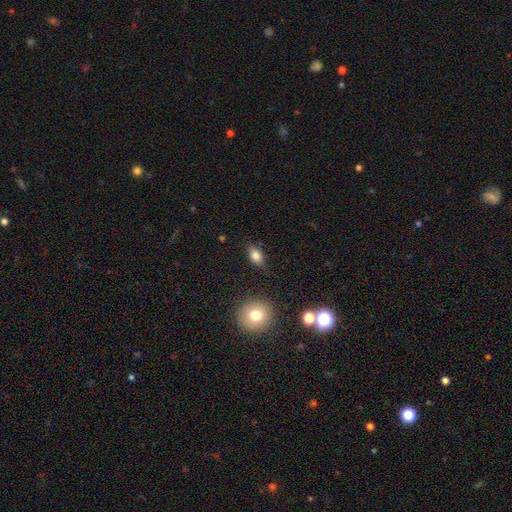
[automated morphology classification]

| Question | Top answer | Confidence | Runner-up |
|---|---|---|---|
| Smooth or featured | smooth | 81% | star or artifact (10%) |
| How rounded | in between | 84% | round (12%) |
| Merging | none | 83% | minor disturbance (12%) |